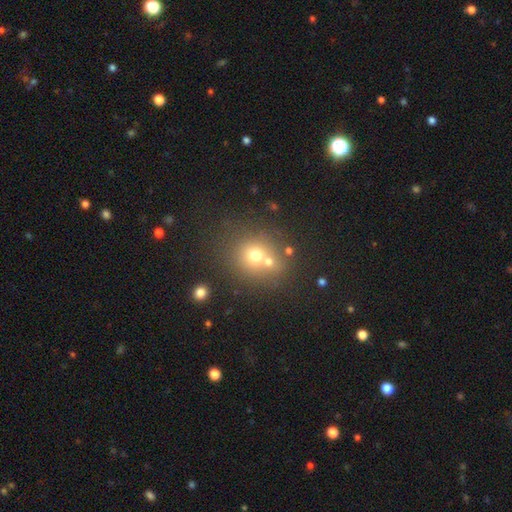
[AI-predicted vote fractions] smooth-or-featured: smooth: 67% | star or artifact: 17% | featured or disk: 16%
  how-rounded: round: 83% | in between: 16% | cigar-shaped: 1%
  merging: none: 51% | merger: 36% | minor disturbance: 8% | major disturbance: 4%